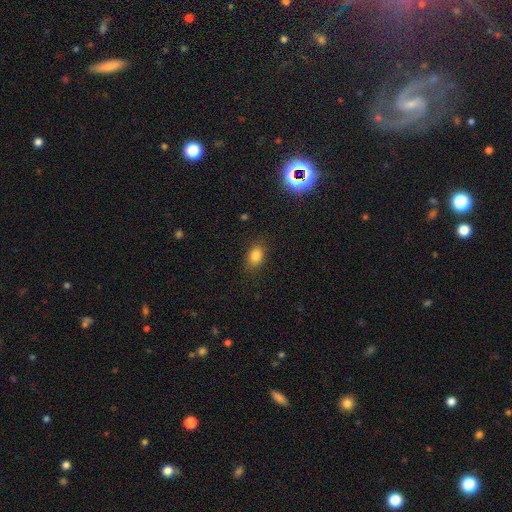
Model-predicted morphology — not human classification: Overall: smooth (83%). How rounded: in between (73%). Merging: none (85%).